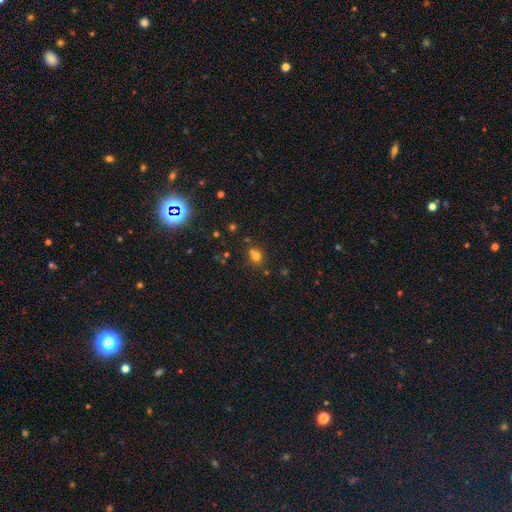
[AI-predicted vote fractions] Q: Smooth or featured?
A: smooth (71%); runner-up: star or artifact (19%)
Q: How rounded?
A: round (67%); runner-up: in between (32%)
Q: Merging?
A: none (62%); runner-up: merger (20%)